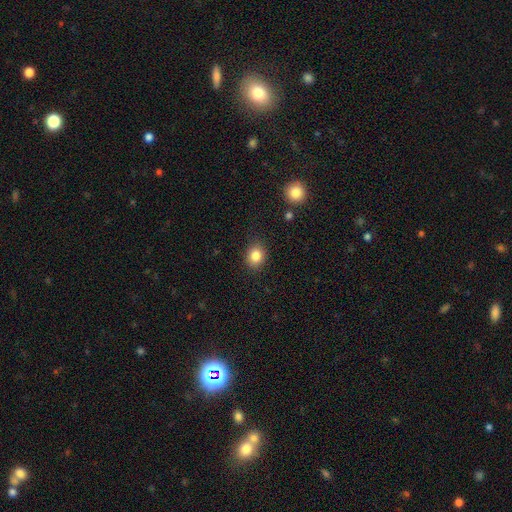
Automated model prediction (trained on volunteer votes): smooth 83%, star or artifact 10%, featured or disk 6%. Down the decision tree: how rounded — round (57%); merging — none (86%).